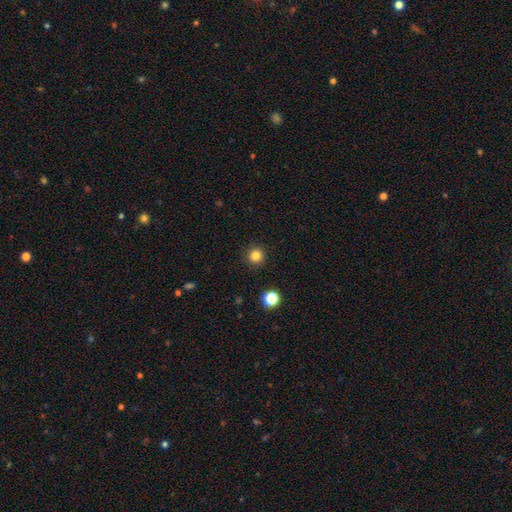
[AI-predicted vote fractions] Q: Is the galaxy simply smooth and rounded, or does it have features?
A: smooth — 83%.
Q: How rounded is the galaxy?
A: round — 95%.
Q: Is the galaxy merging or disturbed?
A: none — 92%.